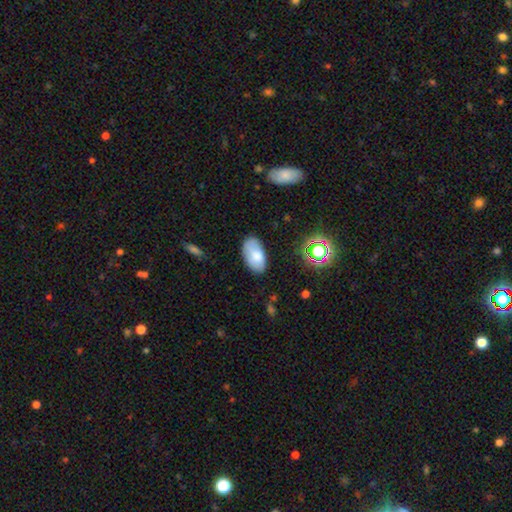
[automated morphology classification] smooth 78%, featured or disk 13%, star or artifact 8%. Down the decision tree: how rounded — in between (95%); merging — none (75%).